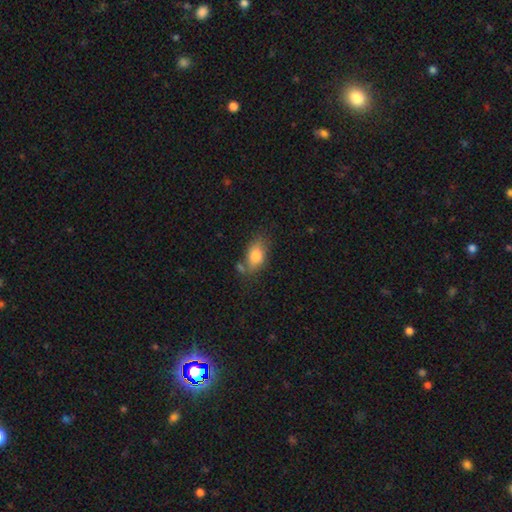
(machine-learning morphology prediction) smooth_or_featured: smooth (p=0.80) [alt: featured or disk p=0.12]
how_rounded: in between (p=0.85) [alt: round p=0.13]
merging: none (p=0.57) [alt: minor disturbance p=0.23]